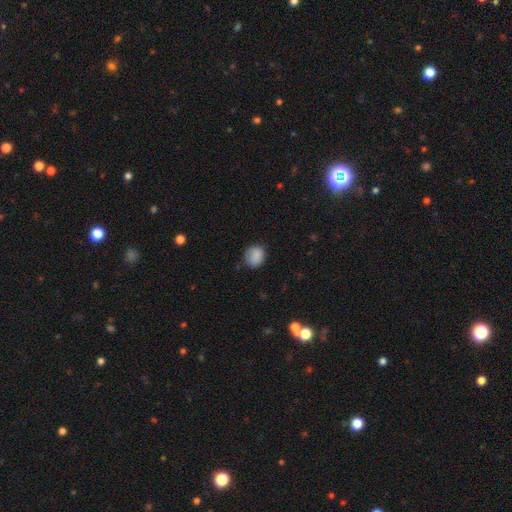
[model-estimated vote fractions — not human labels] Smooth or featured: smooth — 87% (star or artifact — 9%)
How rounded: round — 68% (in between — 31%)
Merging: none — 77% (minor disturbance — 18%)